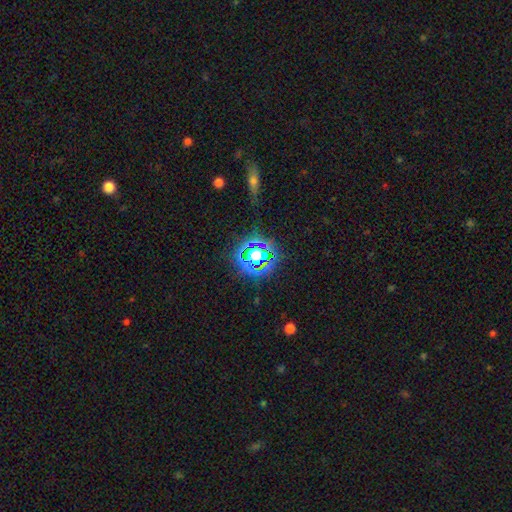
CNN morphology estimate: This appears to be a star or artifact, not a galaxy (68%).